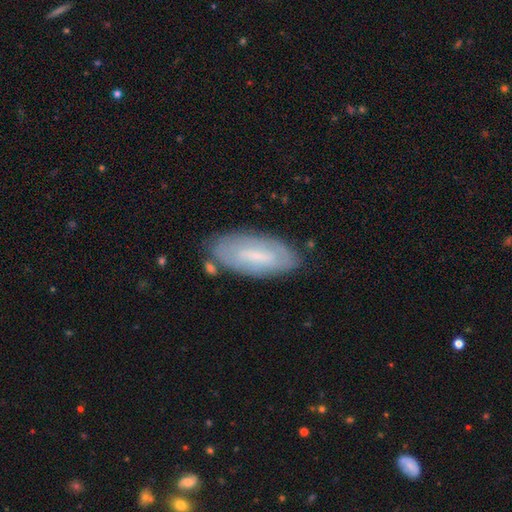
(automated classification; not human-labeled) Smooth or featured? Predicted: featured or disk (p=0.48). Merging? Predicted: none (p=0.76).